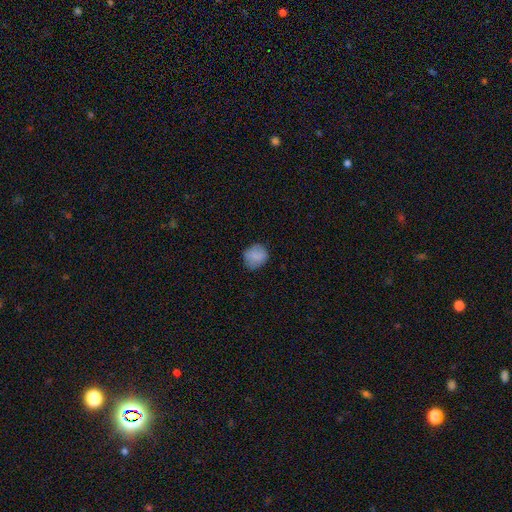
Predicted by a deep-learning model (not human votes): smooth 83%, star or artifact 8%, featured or disk 8%. Down the decision tree: how rounded — round (83%); merging — none (79%).